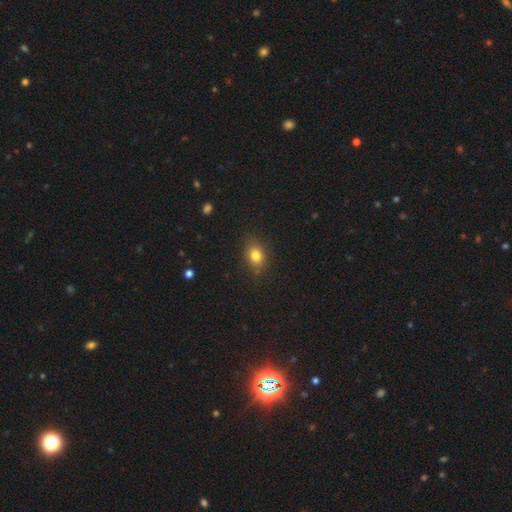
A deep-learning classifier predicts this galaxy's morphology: type=smooth (80%); roundness=in between (54%); merging=none (83%).